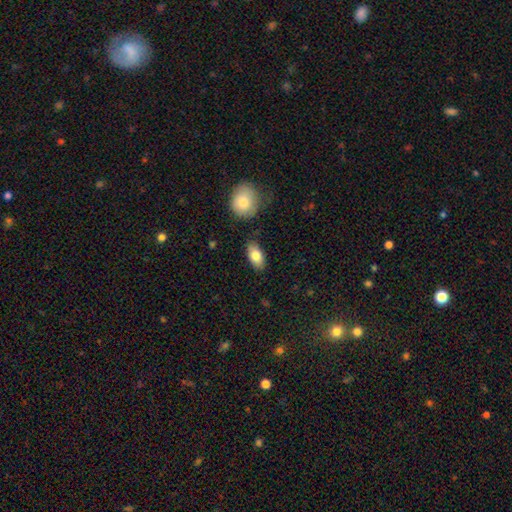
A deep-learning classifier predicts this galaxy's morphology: A smooth galaxy with no disk features (81%) that is in between round and cigar-shaped (92%). Merging: none (84%).